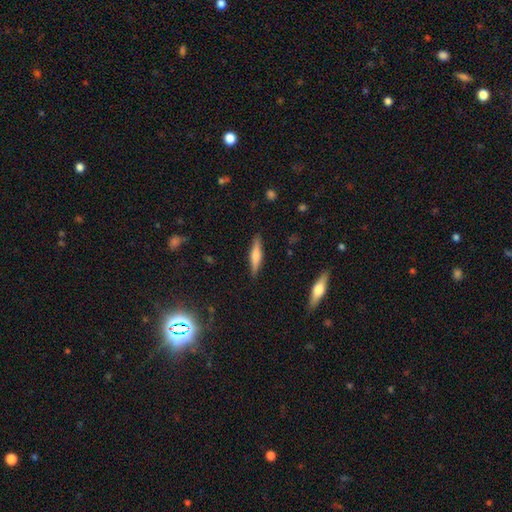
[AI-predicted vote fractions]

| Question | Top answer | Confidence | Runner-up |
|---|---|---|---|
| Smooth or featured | smooth | 52% | featured or disk (41%) |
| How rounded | cigar-shaped | 81% | in between (17%) |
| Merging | none | 88% | minor disturbance (8%) |